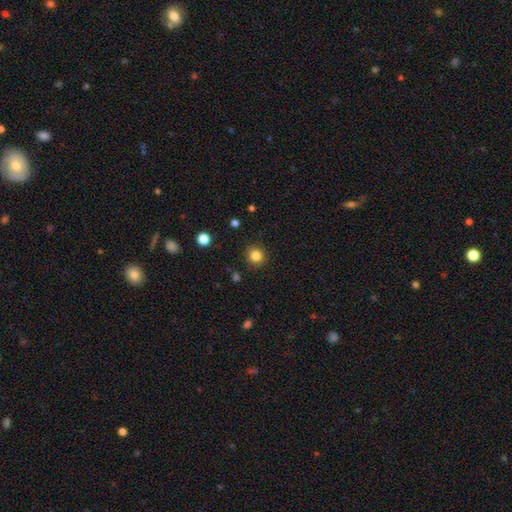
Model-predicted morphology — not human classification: The model was most divided on "smooth or featured": smooth: 83%, star or artifact: 12%, featured or disk: 5%. More confident: how rounded — round (91%); merging — none (90%).